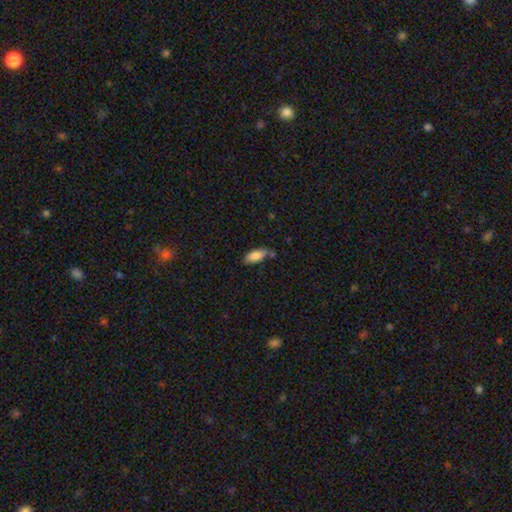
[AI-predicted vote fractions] Q: Smooth or featured?
A: smooth (84%); runner-up: featured or disk (9%)
Q: How rounded?
A: in between (82%); runner-up: cigar-shaped (16%)
Q: Merging?
A: none (62%); runner-up: minor disturbance (25%)